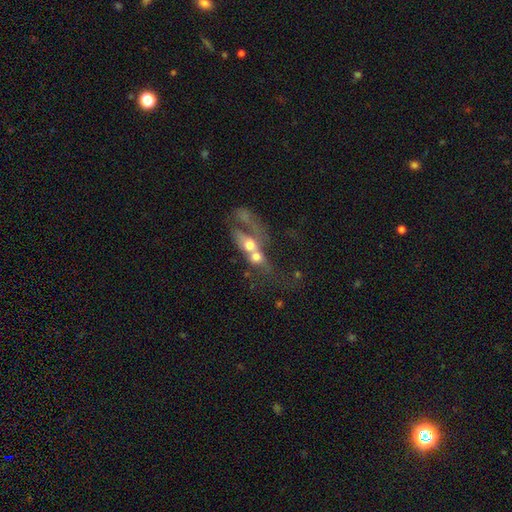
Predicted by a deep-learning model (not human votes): featured or disk 46%, smooth 42%, star or artifact 12%. Down the decision tree: merging — merger (72%).